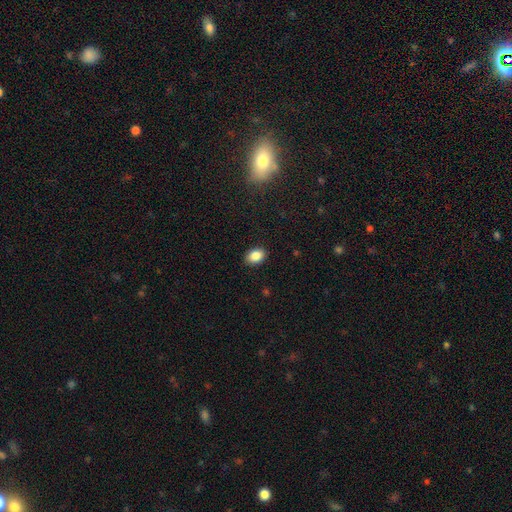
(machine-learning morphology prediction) Smooth or featured: smooth — 86% (star or artifact — 9%)
How rounded: in between — 74% (round — 25%)
Merging: none — 88% (minor disturbance — 9%)